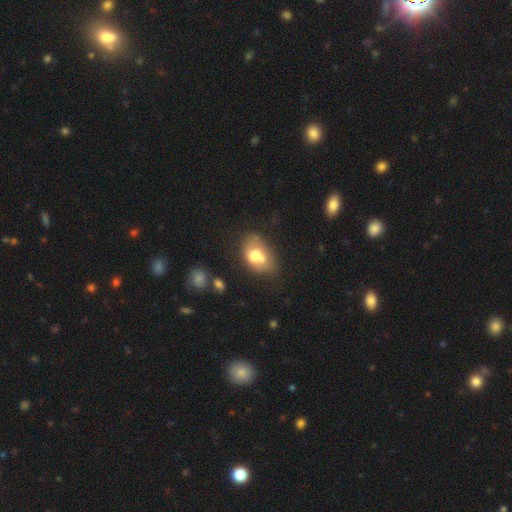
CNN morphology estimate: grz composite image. It shows a smooth galaxy with no disk features (64%) that is in between round and cigar-shaped (76%). Merging: merger (41%).